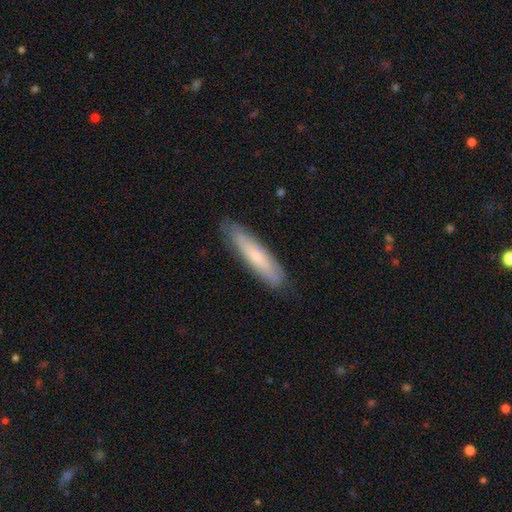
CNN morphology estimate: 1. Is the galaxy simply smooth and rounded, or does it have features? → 64% smooth, 30% featured or disk, 6% star or artifact.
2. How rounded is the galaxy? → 82% cigar-shaped, 17% in between, 1% round.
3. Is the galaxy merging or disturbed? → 83% none, 13% minor disturbance, 2% major disturbance, 1% merger.